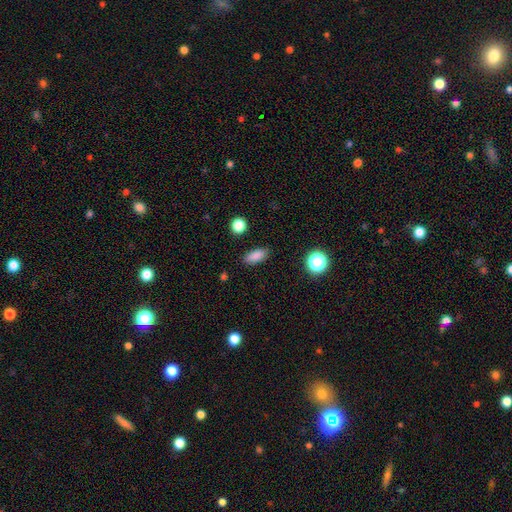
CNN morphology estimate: A smooth galaxy with no disk features (85%) that is in between round and cigar-shaped (81%).

Vote fractions:
- Smooth or featured? smooth: 85% / star or artifact: 11% / featured or disk: 4%
- How rounded? in between: 81% / cigar-shaped: 13% / round: 6%
- Merging? none: 87% / minor disturbance: 9% / major disturbance: 2% / merger: 1%